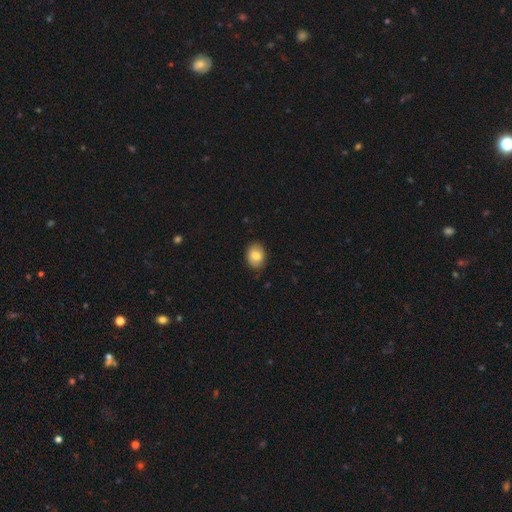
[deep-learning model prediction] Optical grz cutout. It shows a smooth galaxy with no disk features (80%) that is in between round and cigar-shaped (65%). Merging: none (84%).